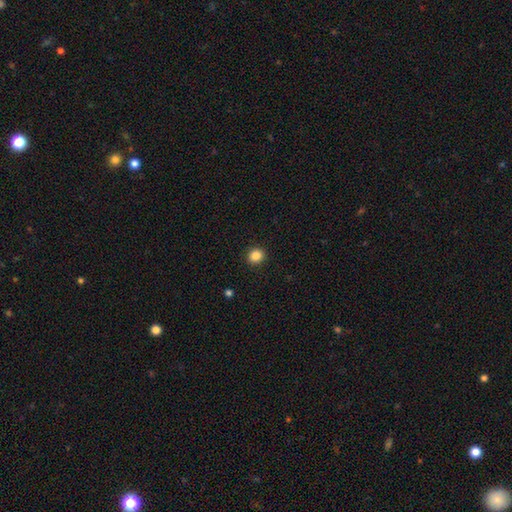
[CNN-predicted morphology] smooth_or_featured: smooth (p=0.86) [alt: star or artifact p=0.11]
how_rounded: round (p=0.83) [alt: in between p=0.16]
merging: none (p=0.92) [alt: minor disturbance p=0.05]